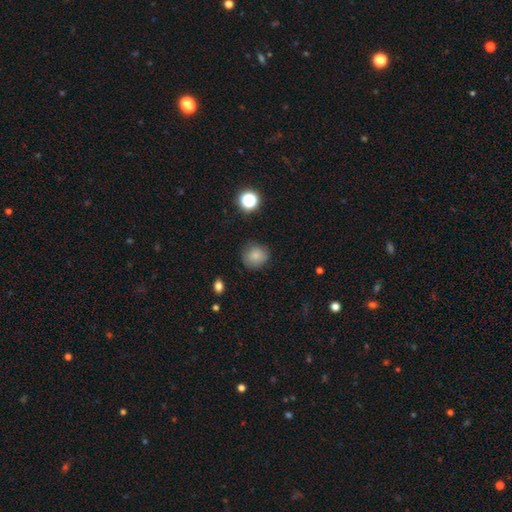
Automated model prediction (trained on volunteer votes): This appears to be a smooth galaxy with no disk features (80%) that is round (84%). Merging: none (79%).